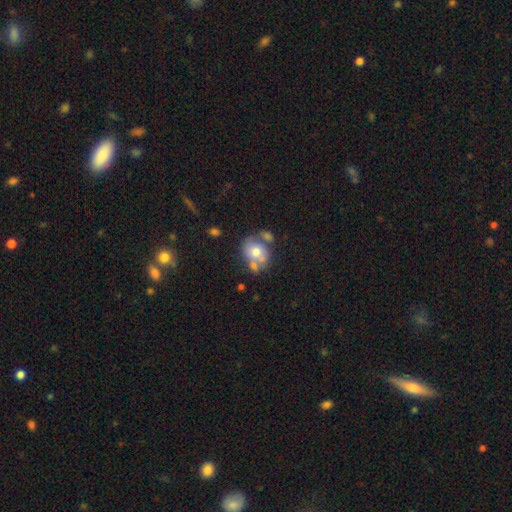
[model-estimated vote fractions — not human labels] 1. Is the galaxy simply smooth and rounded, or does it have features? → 55% smooth, 34% featured or disk, 11% star or artifact.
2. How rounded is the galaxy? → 61% round, 38% in between, 1% cigar-shaped.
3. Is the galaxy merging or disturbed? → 46% none, 31% merger, 16% minor disturbance, 7% major disturbance.